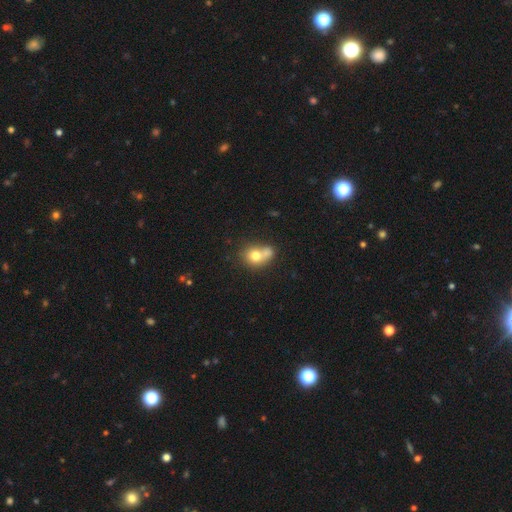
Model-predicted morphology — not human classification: This appears to be a smooth galaxy with no disk features (72%) that is round (66%). Merging: merger (50%).